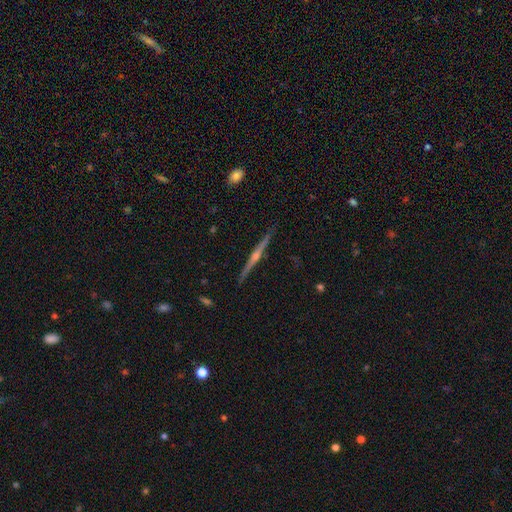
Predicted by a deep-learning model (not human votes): Smooth or featured?
  - featured or disk: 84% *
  - smooth: 11%
  - star or artifact: 6%
Edge-on disk?
  - yes: 99% *
  - no: 1%
Edge-on bulge?
  - rounded: 87% *
  - none: 8%
  - boxy: 5%
Merging?
  - none: 91% *
  - minor disturbance: 6%
  - major disturbance: 1%
  - merger: 1%